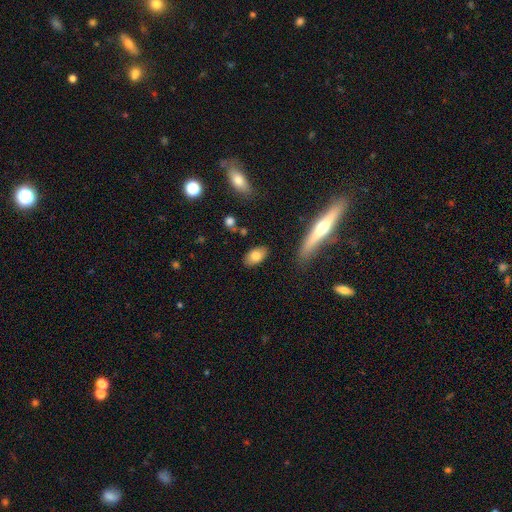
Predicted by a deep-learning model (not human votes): This appears to be a smooth galaxy with no disk features (79%) that is in between round and cigar-shaped (90%). Merging: none (83%).